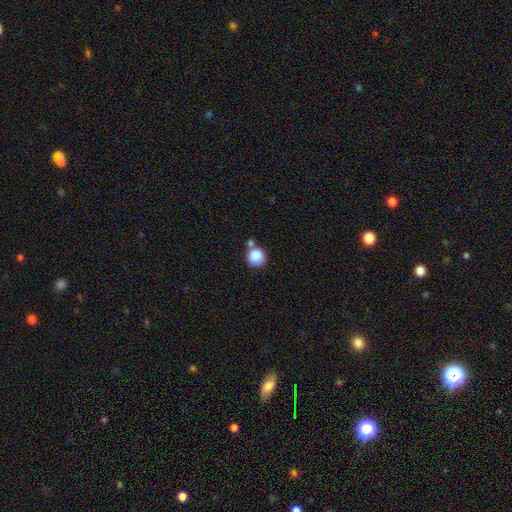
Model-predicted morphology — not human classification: type=smooth (86%); roundness=round (92%); merging=none (62%).